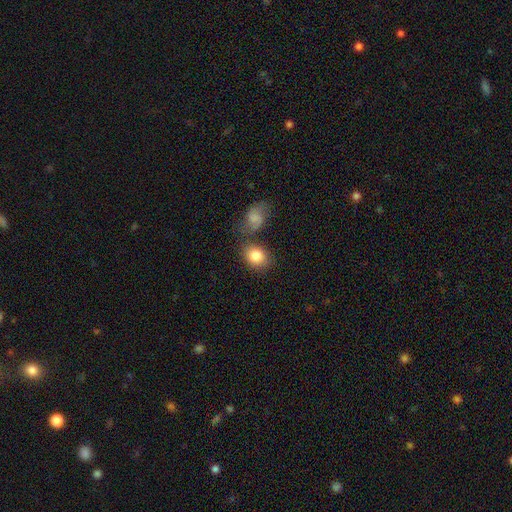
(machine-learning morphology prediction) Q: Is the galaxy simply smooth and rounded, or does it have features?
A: smooth — 84%.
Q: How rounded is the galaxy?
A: in between — 54%.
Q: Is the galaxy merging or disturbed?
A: none — 65%.